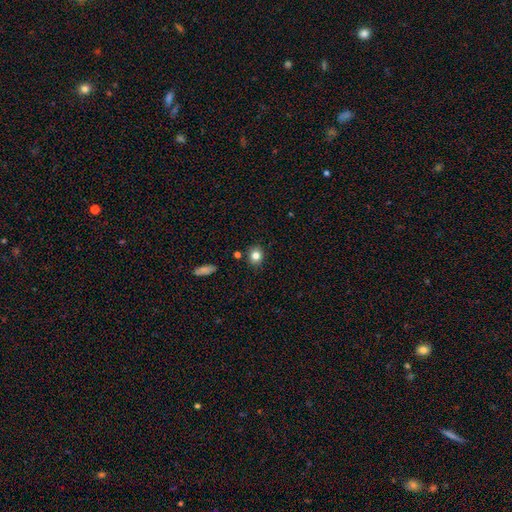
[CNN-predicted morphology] Smooth or featured?
  - smooth: 81% *
  - star or artifact: 11%
  - featured or disk: 8%
How rounded?
  - round: 72% *
  - in between: 27%
  - cigar-shaped: 1%
Merging?
  - none: 86% *
  - minor disturbance: 9%
  - merger: 3%
  - major disturbance: 2%